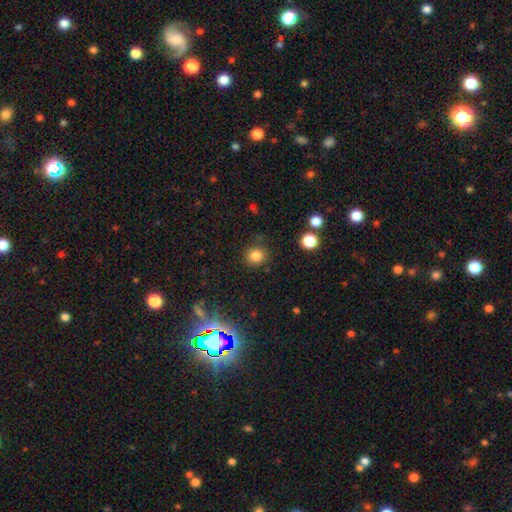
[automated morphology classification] This appears to be a smooth galaxy with no disk features (82%) that is round (87%). Merging: none (85%).